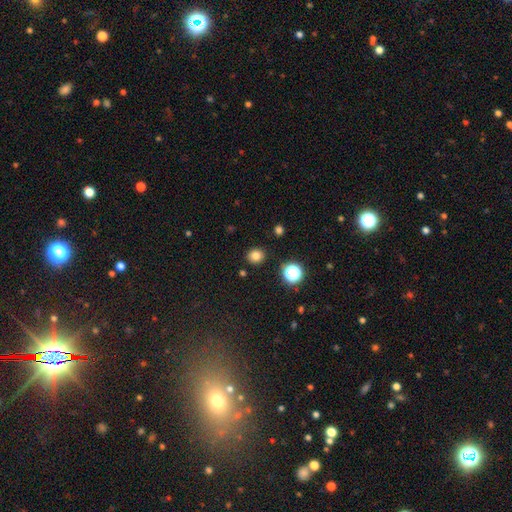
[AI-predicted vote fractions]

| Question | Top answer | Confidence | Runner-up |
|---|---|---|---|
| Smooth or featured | smooth | 80% | star or artifact (15%) |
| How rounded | round | 79% | in between (20%) |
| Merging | none | 89% | minor disturbance (7%) |